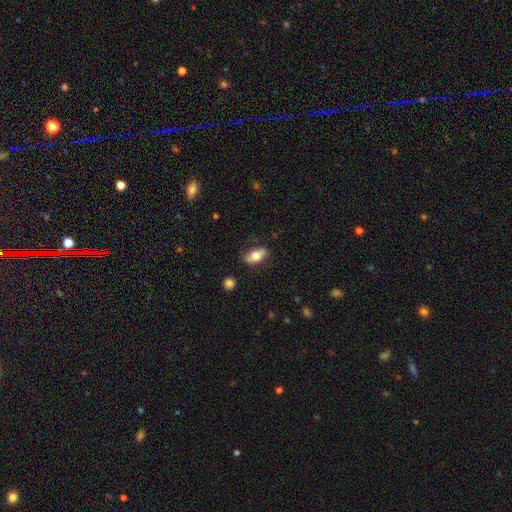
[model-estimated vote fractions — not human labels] Smooth or featured? Predicted: smooth (p=0.67). How rounded? Predicted: in between (p=0.89). Merging? Predicted: none (p=0.75).